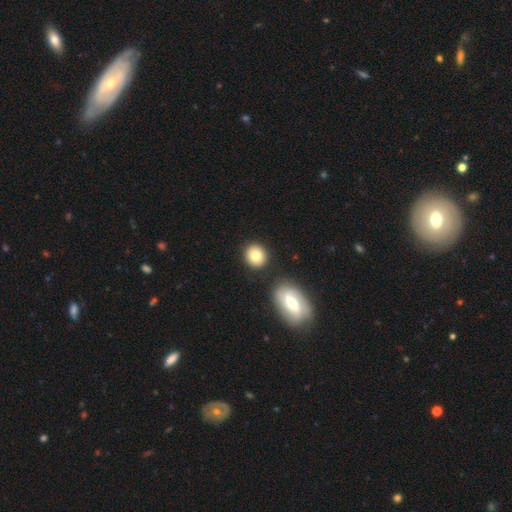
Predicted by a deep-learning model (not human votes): smooth-or-featured: smooth: 80% | featured or disk: 12% | star or artifact: 9%
  how-rounded: round: 83% | in between: 16% | cigar-shaped: 1%
  merging: none: 82% | minor disturbance: 8% | merger: 7% | major disturbance: 3%